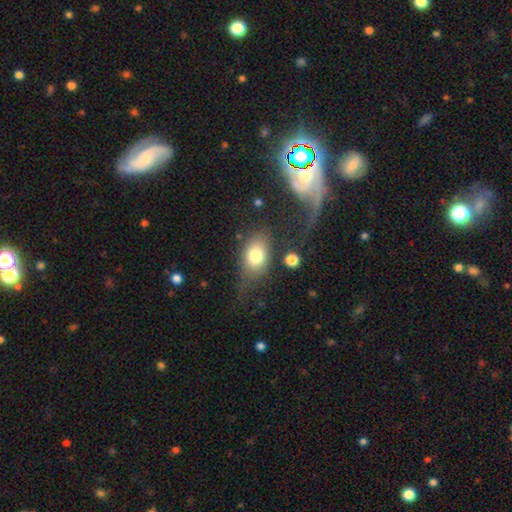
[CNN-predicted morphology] Smooth or featured?
  - smooth: 76% *
  - featured or disk: 15%
  - star or artifact: 9%
How rounded?
  - in between: 76% *
  - round: 21%
  - cigar-shaped: 2%
Merging?
  - none: 55% *
  - minor disturbance: 22%
  - major disturbance: 17%
  - merger: 7%